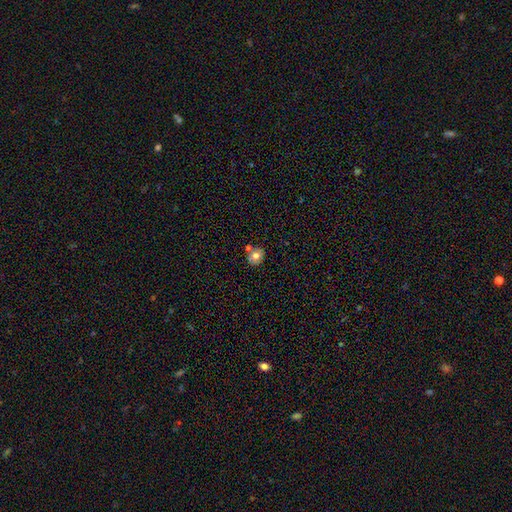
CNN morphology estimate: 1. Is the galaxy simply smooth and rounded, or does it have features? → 74% smooth, 15% featured or disk, 10% star or artifact.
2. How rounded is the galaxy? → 75% round, 24% in between, 1% cigar-shaped.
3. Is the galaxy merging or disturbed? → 72% none, 14% merger, 11% minor disturbance, 3% major disturbance.